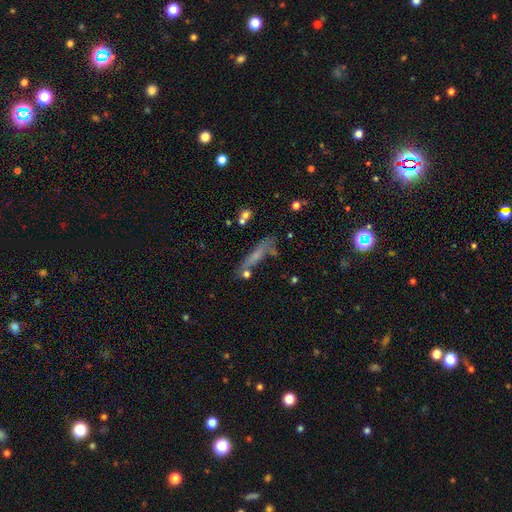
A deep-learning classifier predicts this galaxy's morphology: Overall: smooth (51%; featured or disk 33%). How rounded: cigar-shaped (82%). Merging: none (60%).